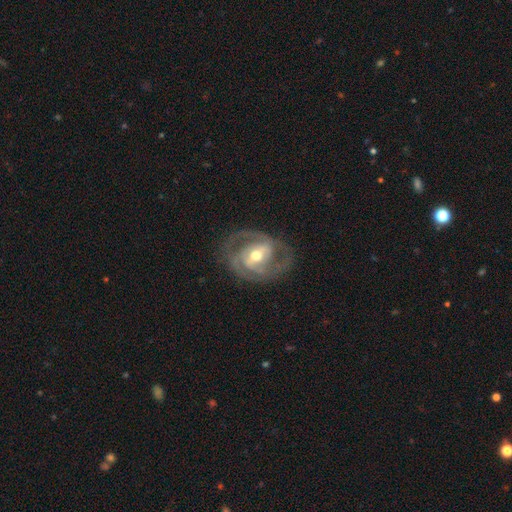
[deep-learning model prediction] Smooth or featured: featured or disk — 88% (smooth — 8%)
Edge-on disk: no — 97% (yes — 3%)
Bar: weak — 40% (strong — 38%)
Spiral arms: yes — 93% (no — 7%)
Spiral winding: medium — 45% (tight — 44%)
Spiral arm count: 2 — 62% (3 — 19%)
Bulge size: moderate — 71% (small — 22%)
Merging: none — 76% (minor disturbance — 15%)